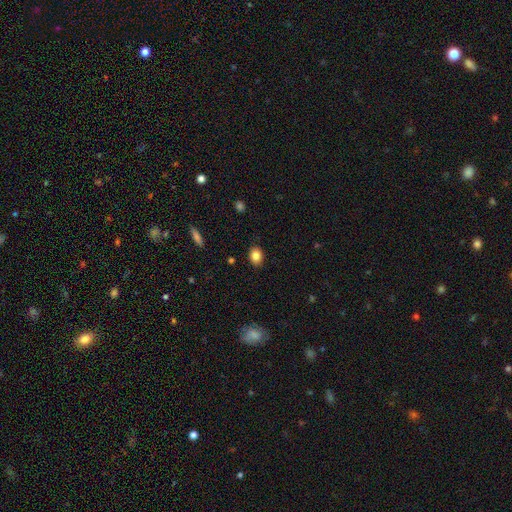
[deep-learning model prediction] The model was most divided on "how rounded": in between: 69%, round: 30%, cigar-shaped: 1%. More confident: merging — none (88%); smooth or featured — smooth (84%).